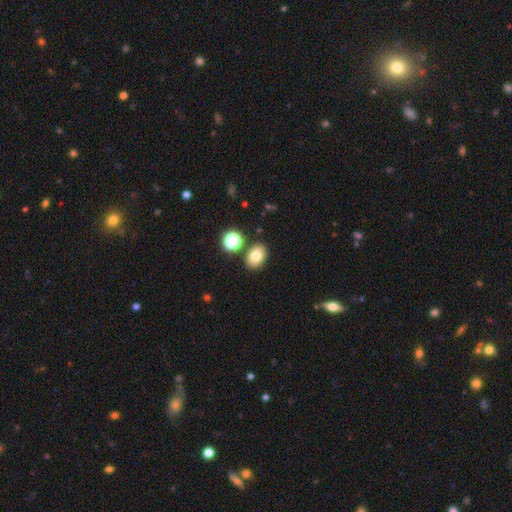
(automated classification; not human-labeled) The model was most divided on "how rounded": in between: 77%, round: 22%, cigar-shaped: 1%. More confident: merging — none (82%); smooth or featured — smooth (79%).